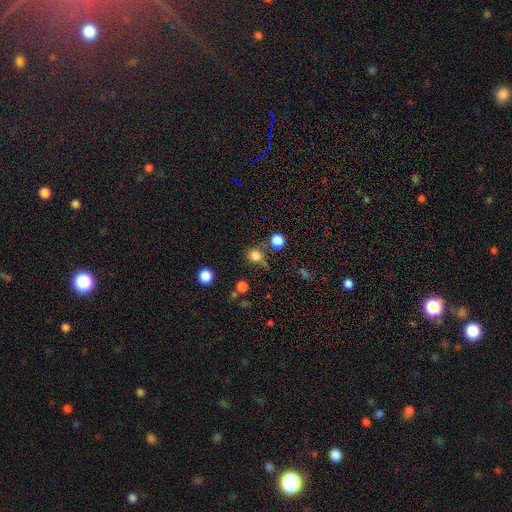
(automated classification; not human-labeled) Smooth or featured?
  - smooth: 79% *
  - star or artifact: 16%
  - featured or disk: 5%
How rounded?
  - round: 86% *
  - in between: 13%
  - cigar-shaped: 1%
Merging?
  - none: 76% *
  - minor disturbance: 12%
  - merger: 8%
  - major disturbance: 4%